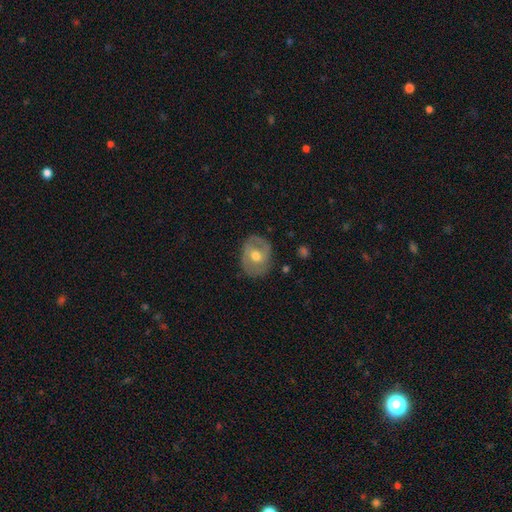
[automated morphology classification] Smooth or featured? Predicted: featured or disk (p=0.57). Edge-on disk? Predicted: no (p=0.95). Bar? Predicted: no (p=0.55). Spiral arms? Predicted: yes (p=0.61). Bulge size? Predicted: moderate (p=0.77). Merging? Predicted: none (p=0.76).